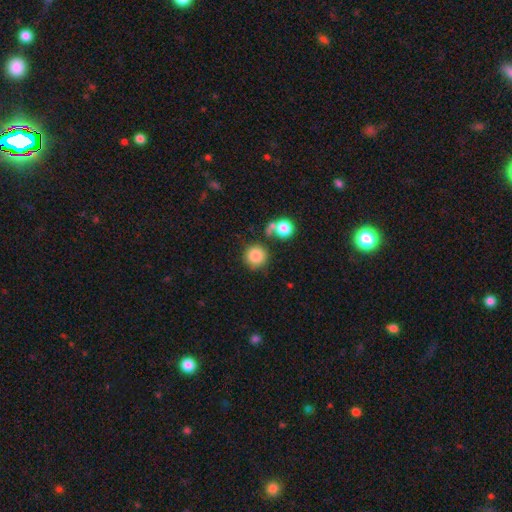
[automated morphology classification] This is clearly a smooth galaxy (85%). How rounded: clearly round (93%). Merging: likely none (75%).